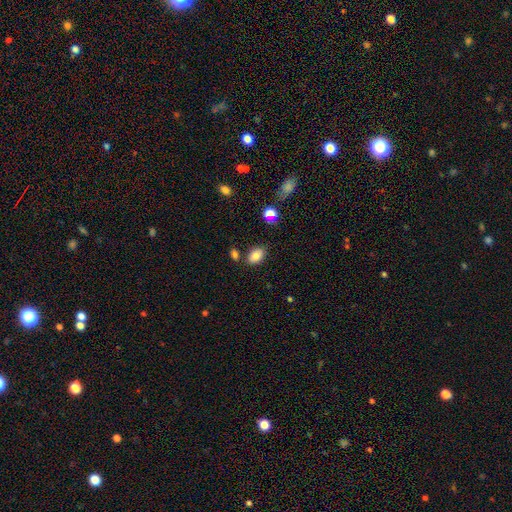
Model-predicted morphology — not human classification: Smooth or featured? smooth (83%)
How rounded? in between (86%)
Merging? none (77%)